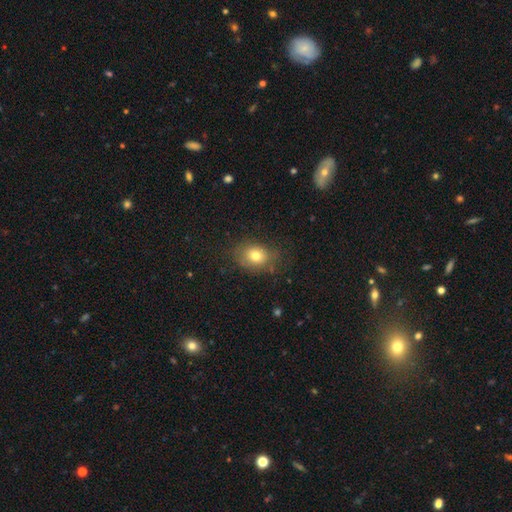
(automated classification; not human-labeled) Smooth or featured? smooth (76%)
How rounded? in between (55%)
Merging? none (74%)